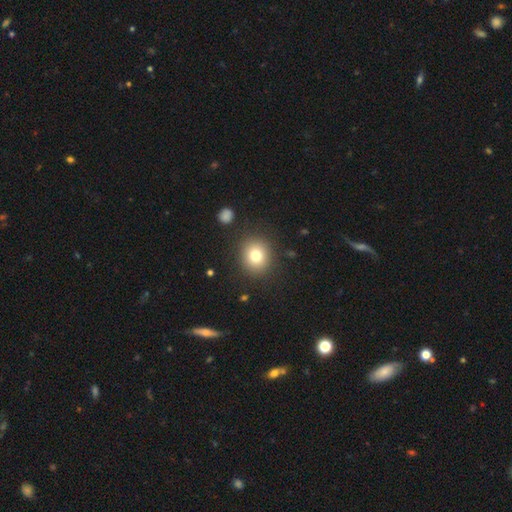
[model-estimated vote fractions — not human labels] Q: Smooth or featured?
A: smooth (78%); runner-up: star or artifact (12%)
Q: How rounded?
A: round (80%); runner-up: in between (19%)
Q: Merging?
A: none (88%); runner-up: minor disturbance (7%)